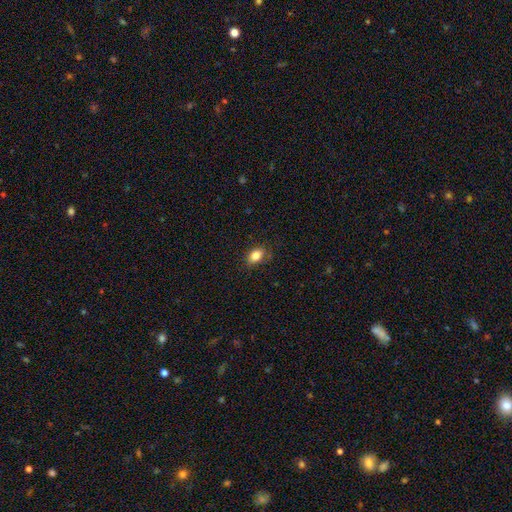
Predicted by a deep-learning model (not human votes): Smooth or featured? smooth (84%)
How rounded? in between (81%)
Merging? none (80%)